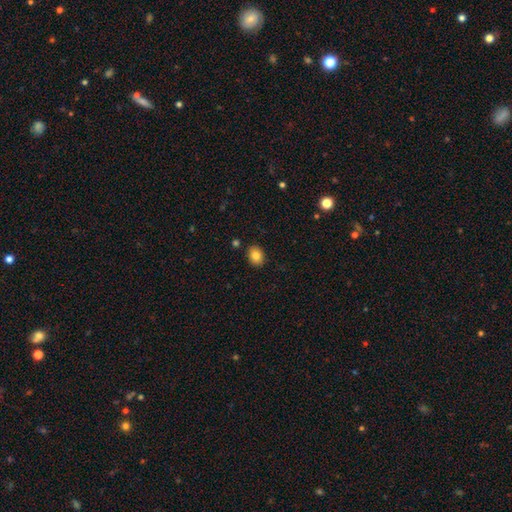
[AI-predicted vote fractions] Overall: smooth (82%). How rounded: in between (60%; round 39%). Merging: none (88%).